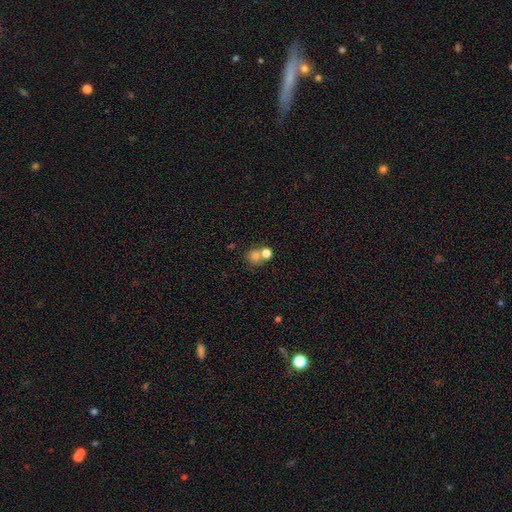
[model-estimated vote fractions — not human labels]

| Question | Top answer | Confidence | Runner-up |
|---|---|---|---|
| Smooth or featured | smooth | 77% | star or artifact (13%) |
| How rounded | round | 83% | in between (16%) |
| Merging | none | 46% | merger (43%) |